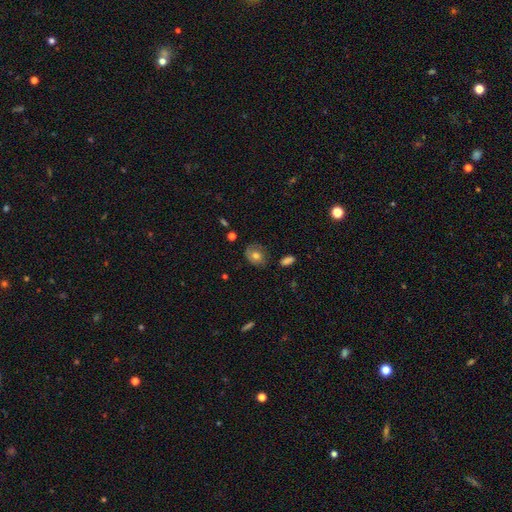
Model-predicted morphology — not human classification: smooth_or_featured: smooth (p=0.54) [alt: featured or disk p=0.36]
how_rounded: in between (p=0.50) [alt: round p=0.49]
merging: none (p=0.69) [alt: minor disturbance p=0.21]